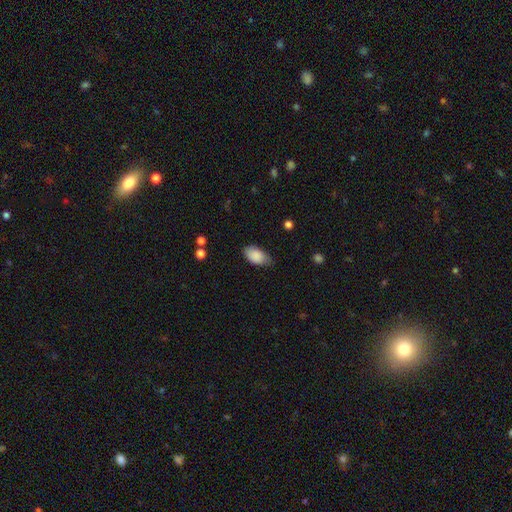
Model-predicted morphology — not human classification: The model was most divided on "merging": none: 64%, minor disturbance: 29%, major disturbance: 5%, merger: 1%. More confident: how rounded — in between (93%); smooth or featured — smooth (88%).